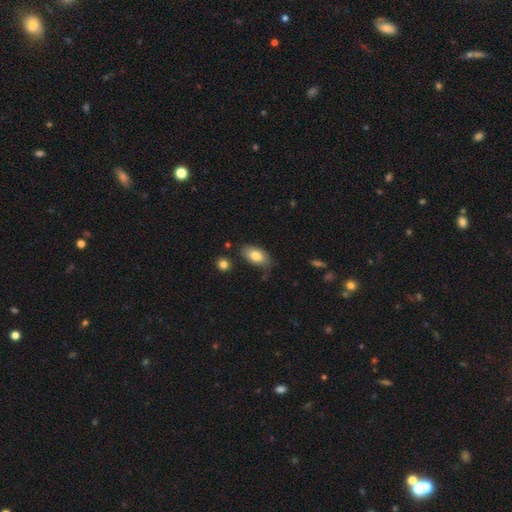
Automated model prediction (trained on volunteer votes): smooth-or-featured: smooth: 80% | featured or disk: 13% | star or artifact: 7%
  how-rounded: in between: 93% | round: 4% | cigar-shaped: 3%
  merging: none: 64% | minor disturbance: 25% | major disturbance: 7% | merger: 4%